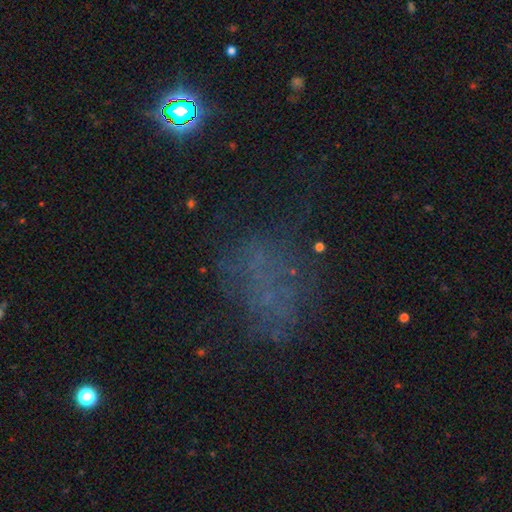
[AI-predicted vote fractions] Smooth or featured?
  - star or artifact: 38% *
  - featured or disk: 31%
  - smooth: 31%